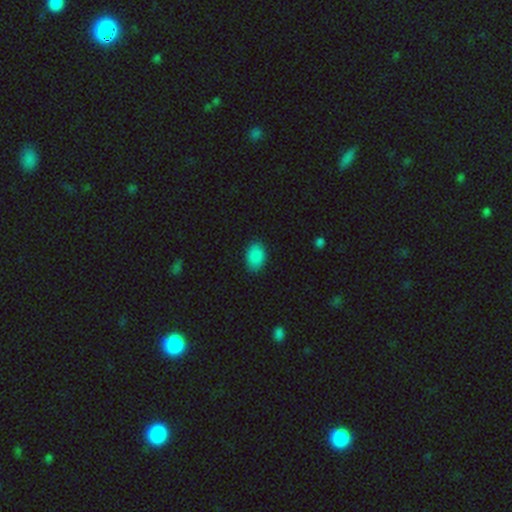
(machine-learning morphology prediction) This appears to be a smooth galaxy with no disk features (88%) that is in between round and cigar-shaped (86%). Merging: none (85%).